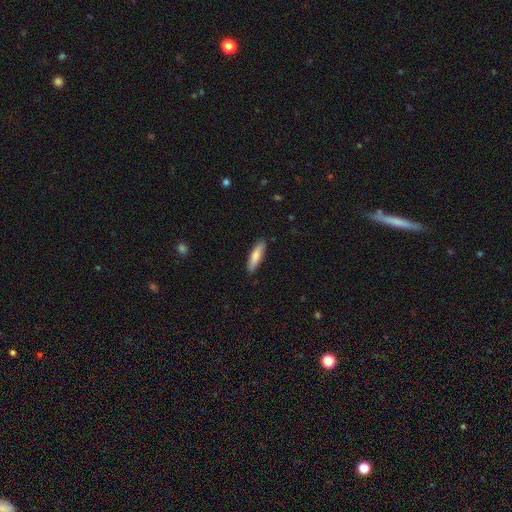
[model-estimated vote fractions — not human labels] Smooth or featured: smooth — 79% (featured or disk — 15%)
How rounded: cigar-shaped — 67% (in between — 31%)
Merging: none — 89% (minor disturbance — 9%)